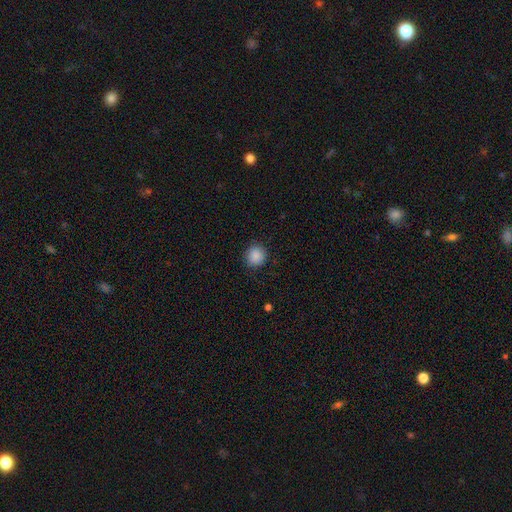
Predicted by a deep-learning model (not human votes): Overall: smooth (88%). How rounded: round (91%). Merging: none (89%).